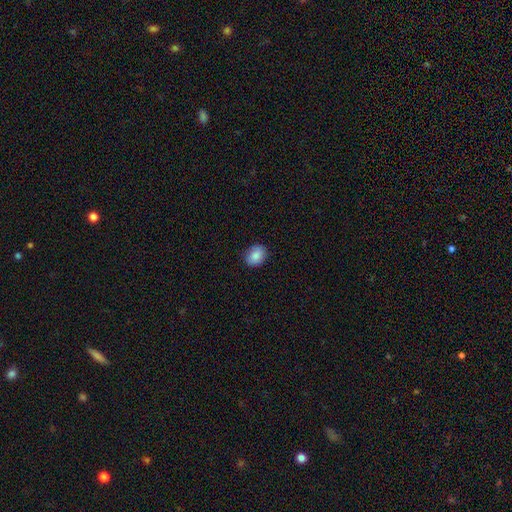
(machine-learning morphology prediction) The model was most divided on "how rounded": in between: 55%, round: 44%, cigar-shaped: 1%. More confident: smooth or featured — smooth (87%); merging — none (86%).